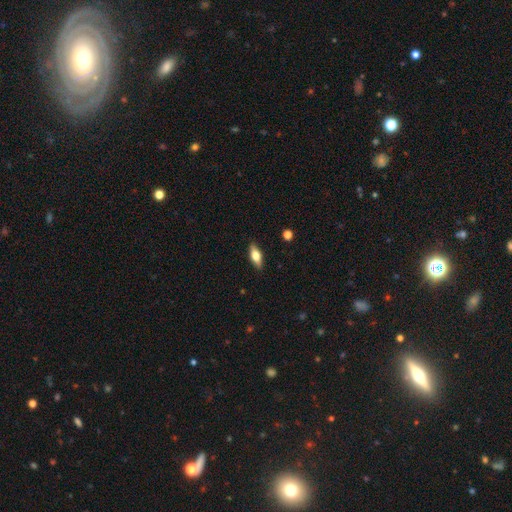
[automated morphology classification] This appears to be a smooth galaxy with no disk features (59%) that is in between round and cigar-shaped (72%). Merging: none (88%).